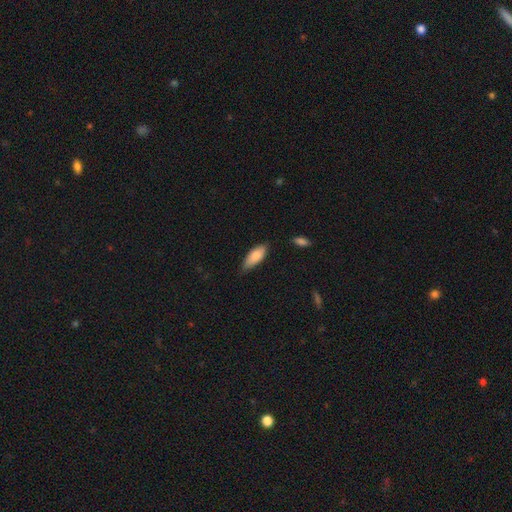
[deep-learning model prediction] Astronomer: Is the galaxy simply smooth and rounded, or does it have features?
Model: smooth — 85%.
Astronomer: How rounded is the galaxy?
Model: in between — 78%.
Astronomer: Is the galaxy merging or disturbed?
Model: none — 69%.